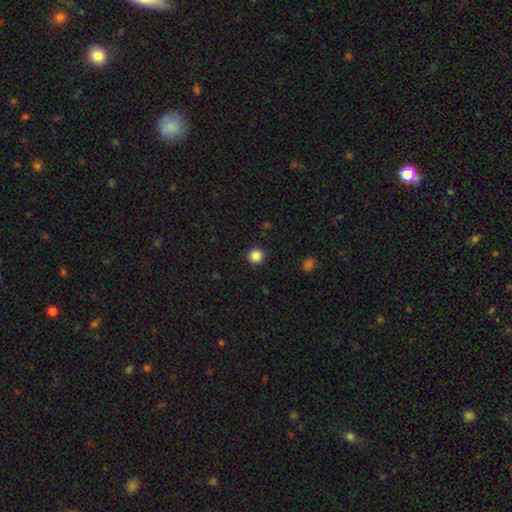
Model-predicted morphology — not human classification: smooth 86%, star or artifact 11%, featured or disk 4%. Down the decision tree: how rounded — round (96%); merging — none (92%).